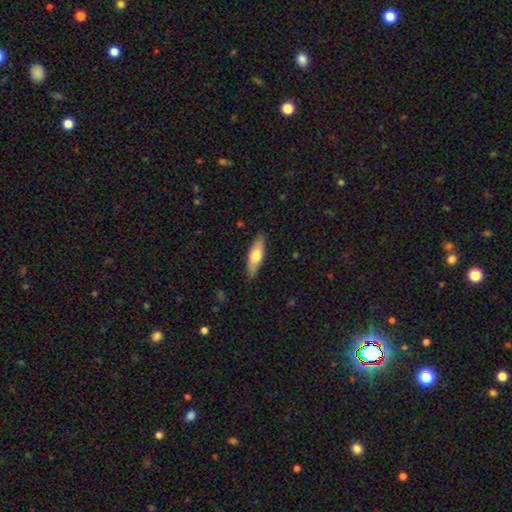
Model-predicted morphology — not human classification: A smooth galaxy with no disk features (63%) that is in between round and cigar-shaped (50%). Merging: none (86%).